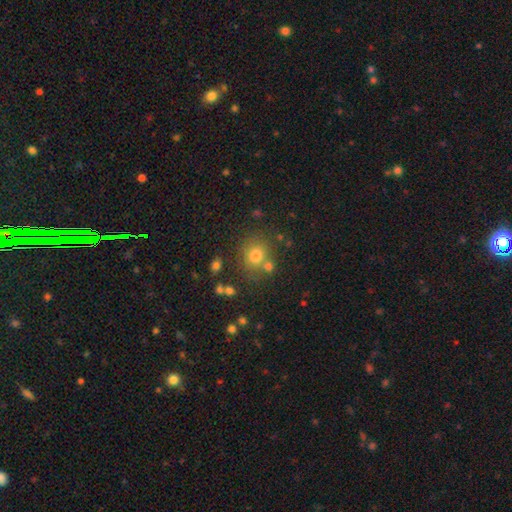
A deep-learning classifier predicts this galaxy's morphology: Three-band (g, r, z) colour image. It shows a smooth galaxy with no disk features (74%) that is round (83%). Merging: none (70%).